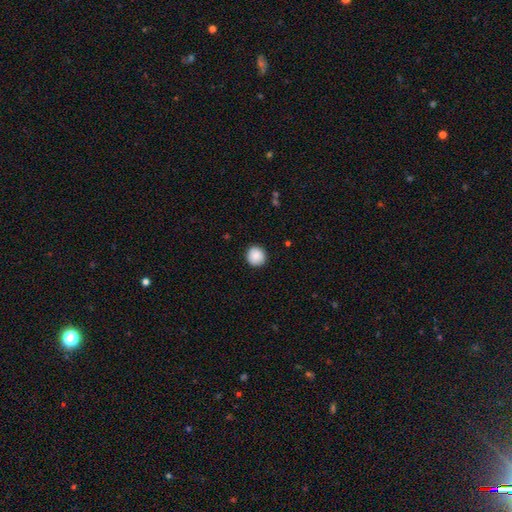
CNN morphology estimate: smooth_or_featured: smooth (p=0.89) [alt: star or artifact p=0.08]
how_rounded: round (p=0.92) [alt: in between p=0.07]
merging: none (p=0.91) [alt: minor disturbance p=0.07]